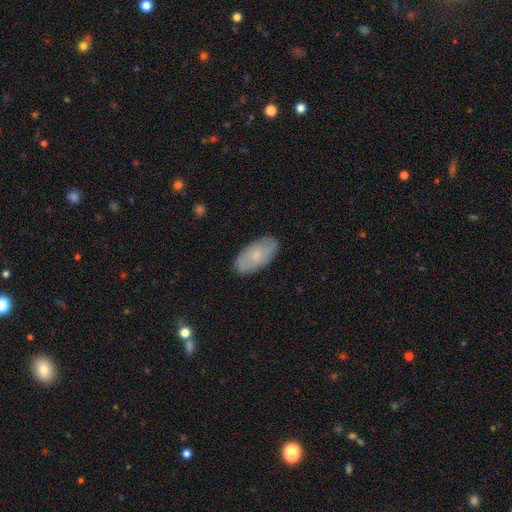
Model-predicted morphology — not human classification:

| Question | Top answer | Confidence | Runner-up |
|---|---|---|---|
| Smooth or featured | smooth | 67% | featured or disk (27%) |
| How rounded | in between | 94% | cigar-shaped (4%) |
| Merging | none | 85% | minor disturbance (12%) |